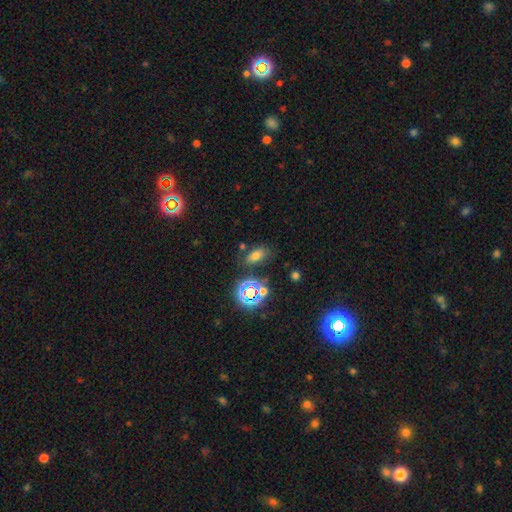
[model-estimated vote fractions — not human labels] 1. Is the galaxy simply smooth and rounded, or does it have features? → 61% smooth, 27% star or artifact, 12% featured or disk.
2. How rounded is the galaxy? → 82% in between, 13% round, 5% cigar-shaped.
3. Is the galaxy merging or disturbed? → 73% none, 15% minor disturbance, 7% merger, 6% major disturbance.